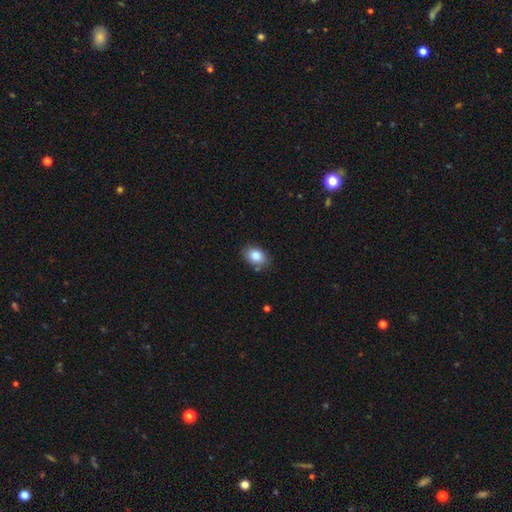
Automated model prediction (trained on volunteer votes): Smooth or featured? Predicted: smooth (p=0.86). How rounded? Predicted: in between (p=0.76). Merging? Predicted: none (p=0.80).